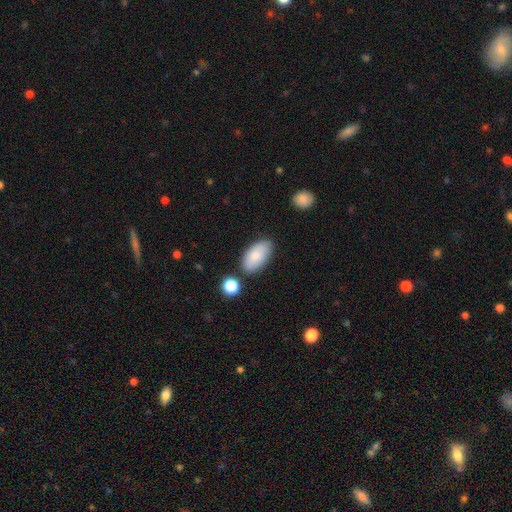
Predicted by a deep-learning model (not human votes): Smooth or featured: smooth — 82% (featured or disk — 12%)
How rounded: in between — 94% (round — 3%)
Merging: none — 76% (minor disturbance — 15%)